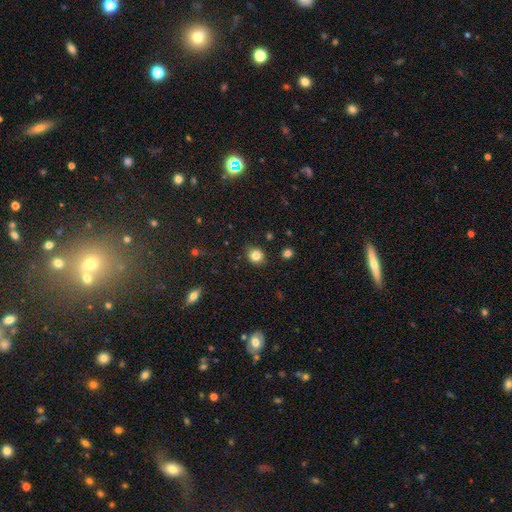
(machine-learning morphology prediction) Smooth or featured: smooth — 82% (star or artifact — 11%)
How rounded: round — 77% (in between — 22%)
Merging: none — 88% (minor disturbance — 8%)